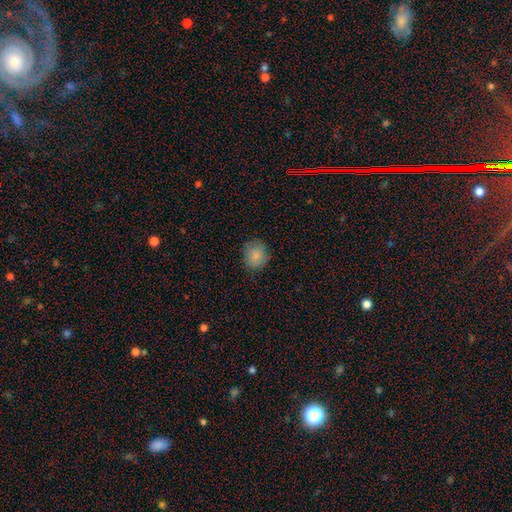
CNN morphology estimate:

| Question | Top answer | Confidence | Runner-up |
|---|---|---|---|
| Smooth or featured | smooth | 85% | star or artifact (8%) |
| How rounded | round | 75% | in between (24%) |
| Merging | none | 82% | minor disturbance (14%) |